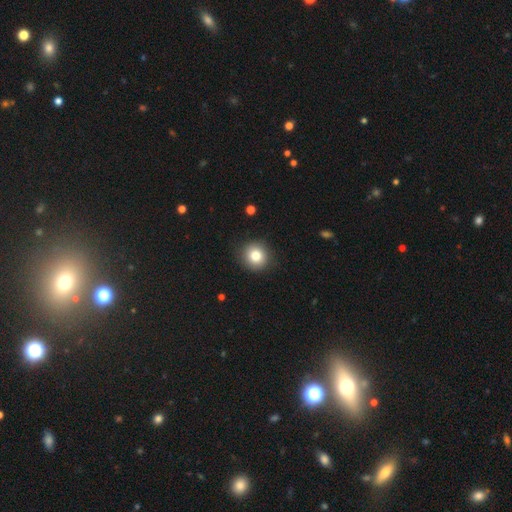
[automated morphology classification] Smooth or featured? smooth (80%)
How rounded? round (91%)
Merging? none (88%)